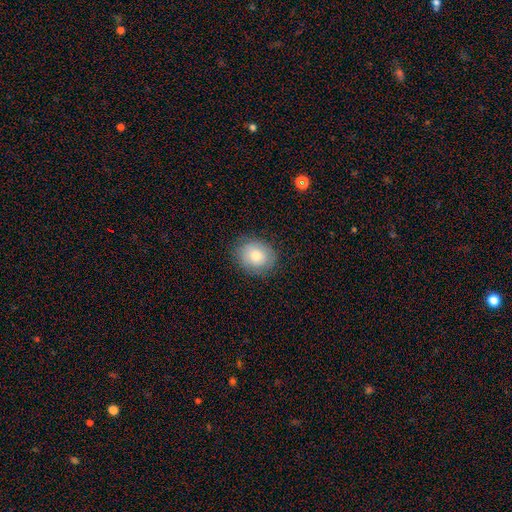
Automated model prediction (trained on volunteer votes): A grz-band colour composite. It shows a smooth galaxy with no disk features (77%) that is round (58%). Merging: none (84%).